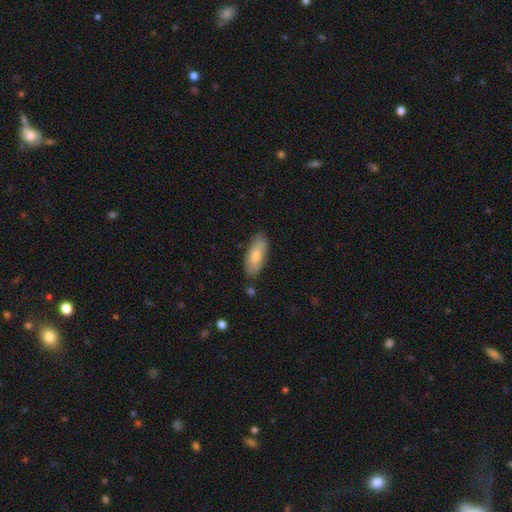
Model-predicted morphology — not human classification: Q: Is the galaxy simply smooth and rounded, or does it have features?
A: smooth — 73%.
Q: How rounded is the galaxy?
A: in between — 75%.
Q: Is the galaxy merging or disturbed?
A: none — 82%.